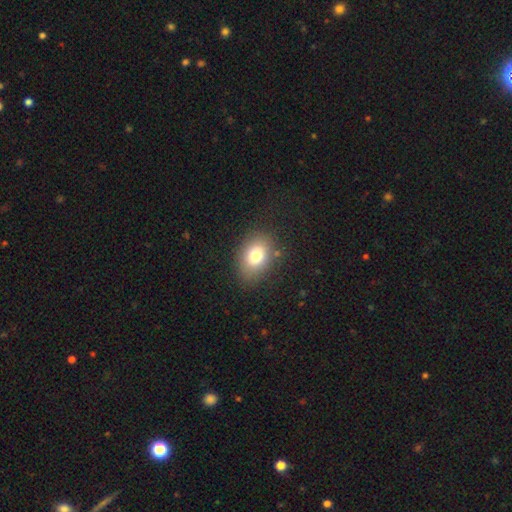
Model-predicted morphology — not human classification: The model was most divided on "how rounded": in between: 72%, round: 27%, cigar-shaped: 1%. More confident: merging — none (82%); smooth or featured — smooth (77%).